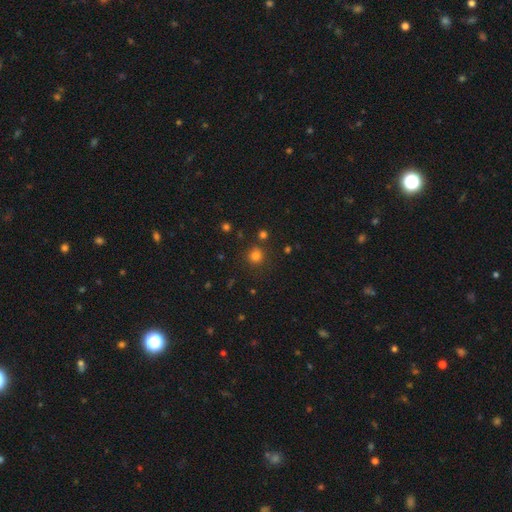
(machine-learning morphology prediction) Overall: smooth (78%). How rounded: round (92%). Merging: none (84%).